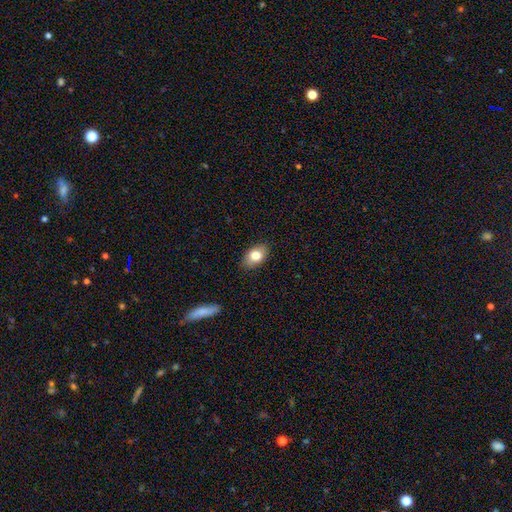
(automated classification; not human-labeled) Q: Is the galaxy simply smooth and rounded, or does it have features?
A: smooth — 79%.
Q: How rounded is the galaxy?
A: in between — 87%.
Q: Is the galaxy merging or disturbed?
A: none — 87%.